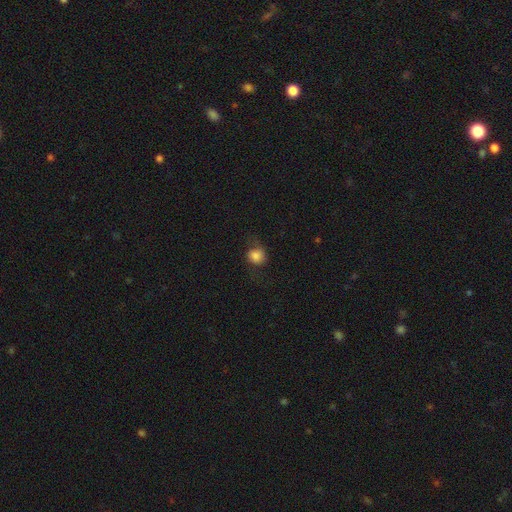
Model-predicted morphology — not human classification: The model was most divided on "merging": none: 59%, minor disturbance: 22%, major disturbance: 17%, merger: 1%. More confident: how rounded — round (75%); smooth or featured — smooth (73%).